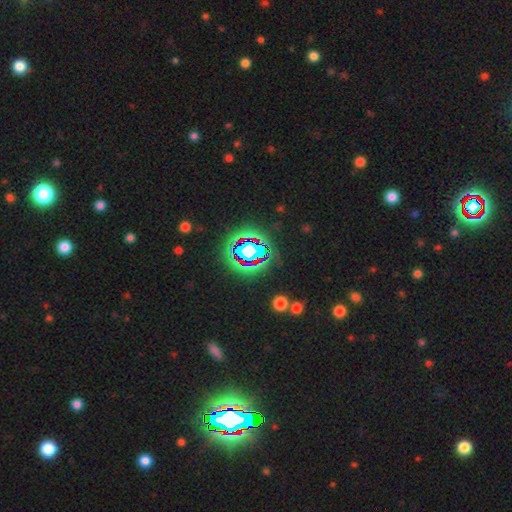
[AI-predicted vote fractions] This is likely a star or artifact rather than a galaxy (76%).